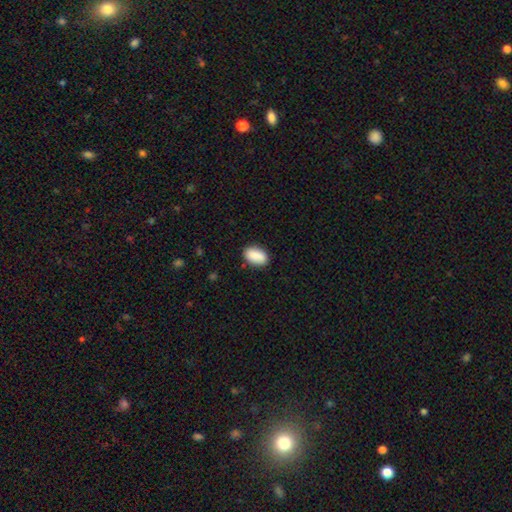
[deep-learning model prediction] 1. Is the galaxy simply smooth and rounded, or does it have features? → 89% smooth, 7% star or artifact, 4% featured or disk.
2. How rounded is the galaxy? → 92% in between, 6% round, 2% cigar-shaped.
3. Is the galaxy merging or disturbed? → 86% none, 10% minor disturbance, 2% major disturbance, 1% merger.